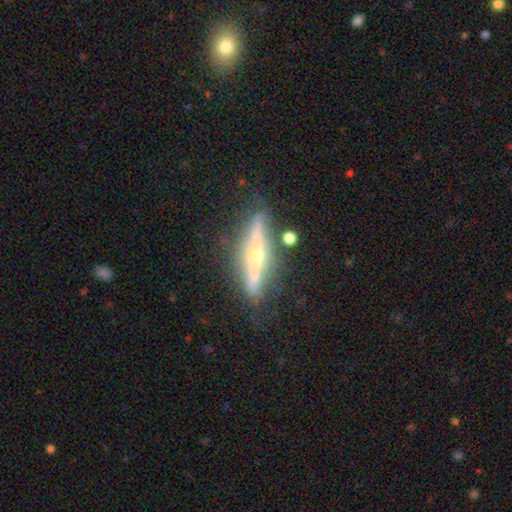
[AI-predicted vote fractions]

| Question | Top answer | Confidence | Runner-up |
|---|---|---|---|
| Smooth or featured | featured or disk | 77% | smooth (17%) |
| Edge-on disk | yes | 93% | no (7%) |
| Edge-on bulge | rounded | 87% | none (9%) |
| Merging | none | 76% | minor disturbance (15%) |